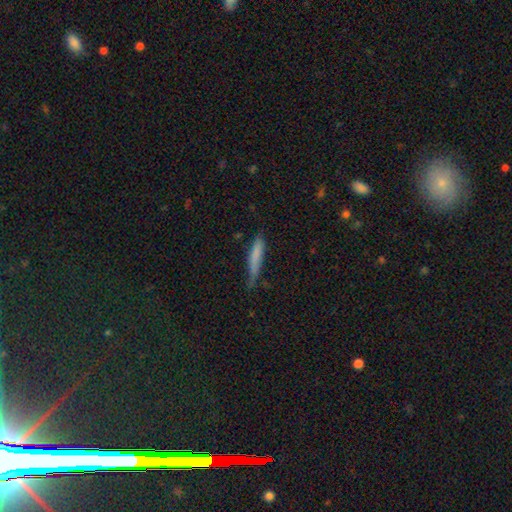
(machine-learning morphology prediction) type=smooth (75%); roundness=cigar-shaped (89%); merging=none (59%).